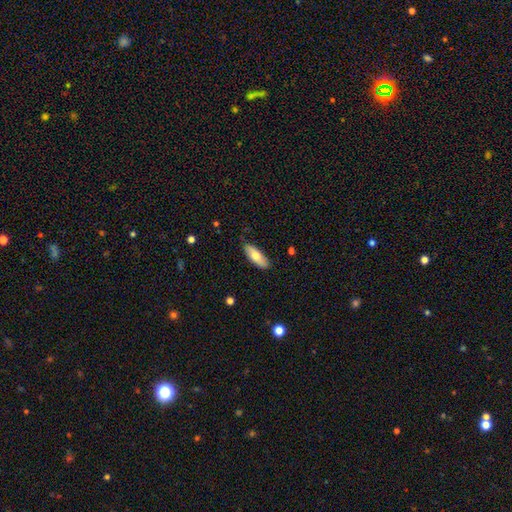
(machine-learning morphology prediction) This is likely a smooth galaxy (71%). How rounded: likely in between (73%). Merging: clearly none (82%).